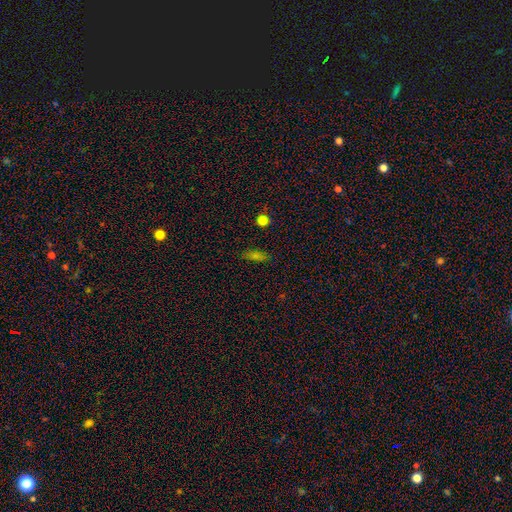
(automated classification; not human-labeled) smooth 66%, star or artifact 20%, featured or disk 14%. Down the decision tree: how rounded — in between (50%); merging — none (84%).